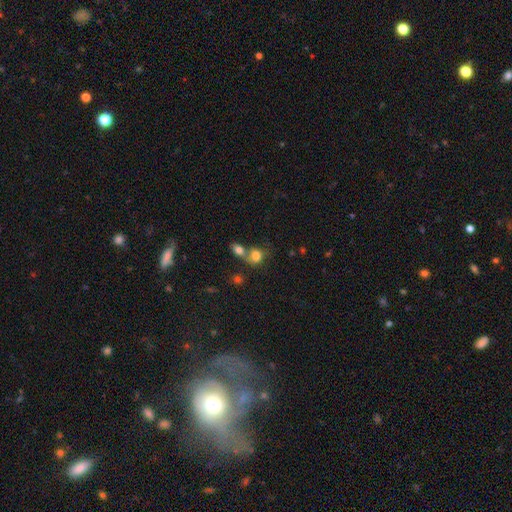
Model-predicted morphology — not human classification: A smooth galaxy with no disk features (80%) that is round (62%).

Vote fractions:
- Smooth or featured? smooth: 80% / star or artifact: 11% / featured or disk: 9%
- How rounded? round: 62% / in between: 36% / cigar-shaped: 1%
- Merging? merger: 51% / none: 34% / minor disturbance: 10% / major disturbance: 5%